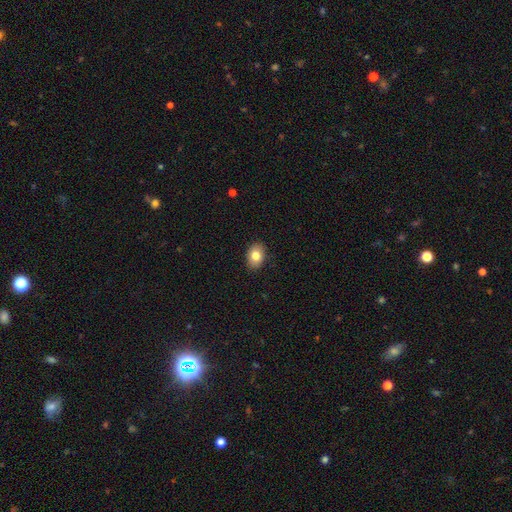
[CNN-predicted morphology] smooth_or_featured: smooth (p=0.81) [alt: featured or disk p=0.11]
how_rounded: in between (p=0.76) [alt: round p=0.23]
merging: none (p=0.89) [alt: minor disturbance p=0.08]